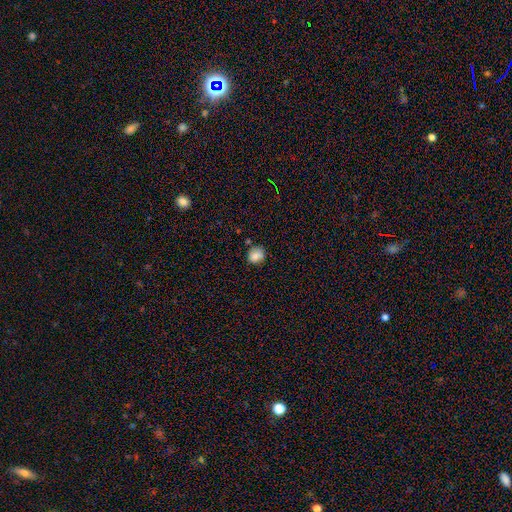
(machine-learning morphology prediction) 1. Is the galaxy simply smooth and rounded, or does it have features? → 84% smooth, 10% star or artifact, 6% featured or disk.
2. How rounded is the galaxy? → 76% round, 23% in between, 1% cigar-shaped.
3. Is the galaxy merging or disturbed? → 71% none, 20% minor disturbance, 5% merger, 4% major disturbance.